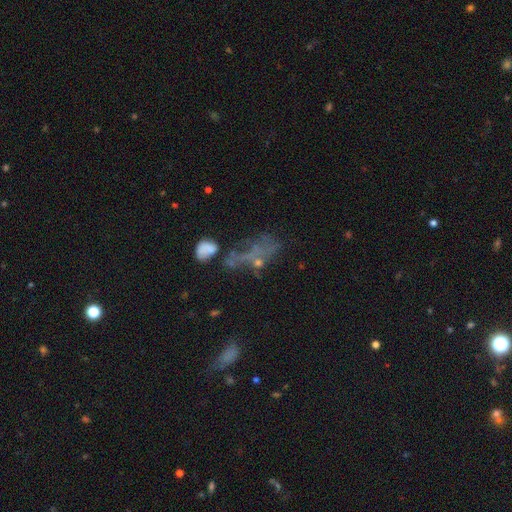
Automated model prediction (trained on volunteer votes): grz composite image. It shows a featured or disk galaxy (41%). Merging: major disturbance (36%).